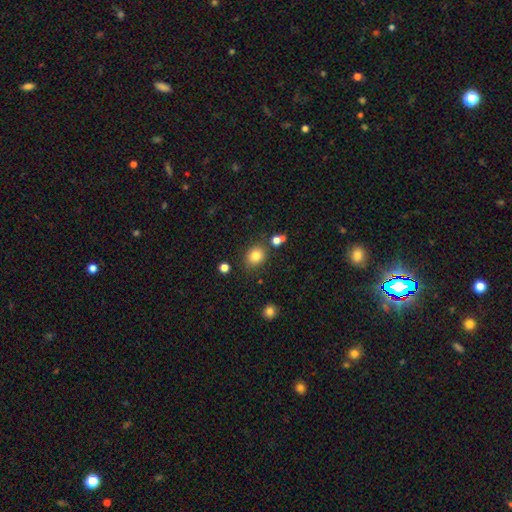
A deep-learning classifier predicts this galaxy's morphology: This is clearly a smooth galaxy (82%). How rounded: likely round (61%). Merging: likely none (78%).